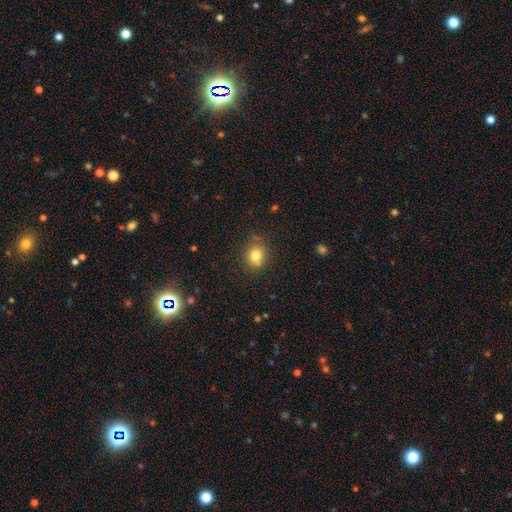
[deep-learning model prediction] Q: Smooth or featured?
A: smooth (79%); runner-up: star or artifact (12%)
Q: How rounded?
A: round (68%); runner-up: in between (31%)
Q: Merging?
A: none (72%); runner-up: minor disturbance (17%)